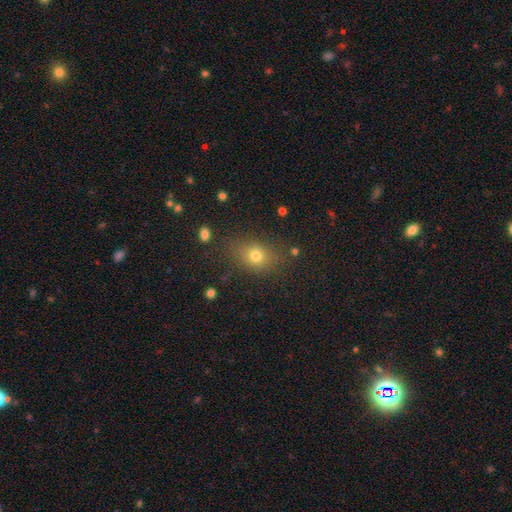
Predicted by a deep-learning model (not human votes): The model was most divided on "how rounded": in between: 55%, round: 43%, cigar-shaped: 2%. More confident: merging — none (80%); smooth or featured — smooth (72%).